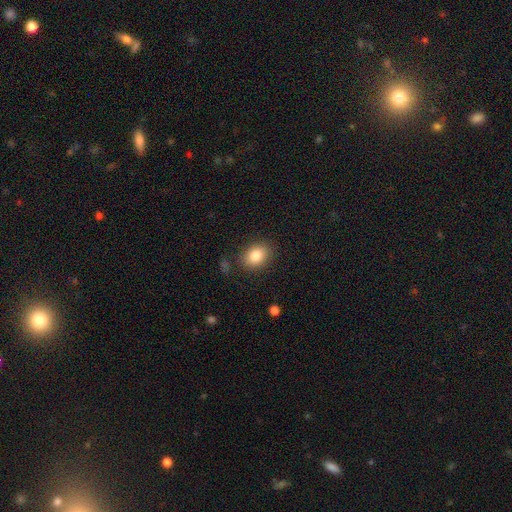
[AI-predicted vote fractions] A smooth galaxy with no disk features (84%) that is in between round and cigar-shaped (61%). Merging: none (84%).